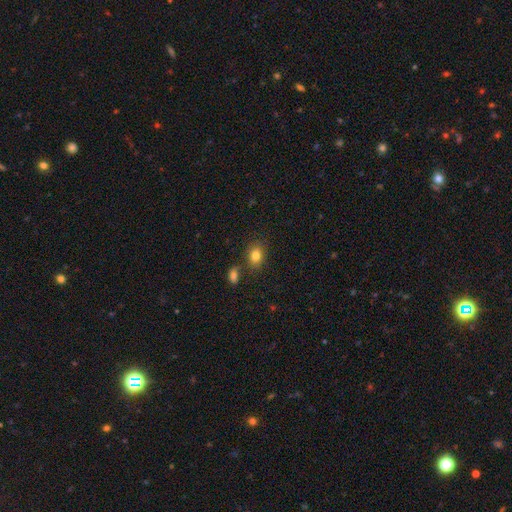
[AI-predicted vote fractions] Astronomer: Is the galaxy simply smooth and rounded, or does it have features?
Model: smooth — 82%.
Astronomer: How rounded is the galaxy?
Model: in between — 59% (runner-up: round, 40%).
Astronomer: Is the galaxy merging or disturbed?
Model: none — 77%.